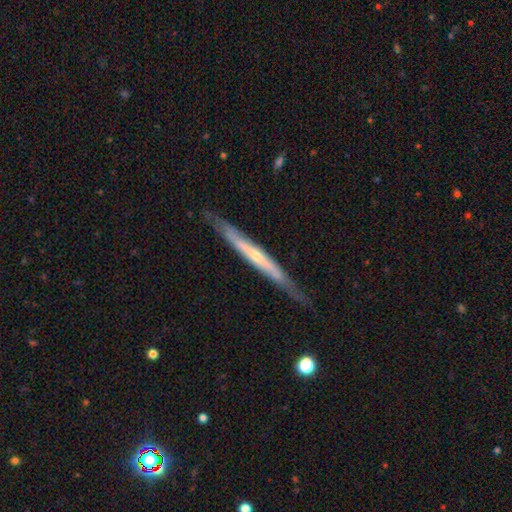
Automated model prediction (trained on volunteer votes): Morphology: type=featured or disk (68%); edge-on=yes (90%); edge-on bulge=none (57%); merging=none (80%).